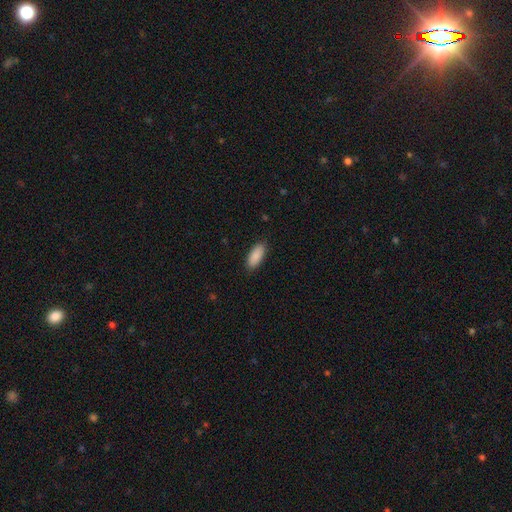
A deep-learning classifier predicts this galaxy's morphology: Smooth or featured?
  - smooth: 89% *
  - star or artifact: 6%
  - featured or disk: 5%
How rounded?
  - in between: 86% *
  - cigar-shaped: 13%
  - round: 2%
Merging?
  - none: 88% *
  - minor disturbance: 9%
  - major disturbance: 2%
  - merger: 1%